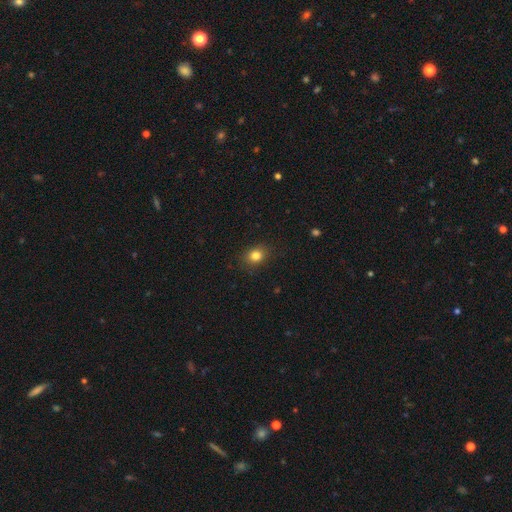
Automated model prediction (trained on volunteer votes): Overall: smooth (83%). How rounded: round (59%; in between 40%). Merging: none (87%).